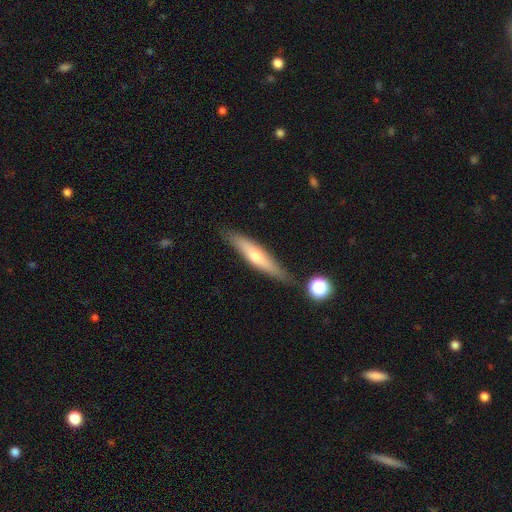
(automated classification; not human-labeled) smooth_or_featured: smooth (p=0.47) [alt: featured or disk p=0.46]
merging: none (p=0.82) [alt: minor disturbance p=0.12]